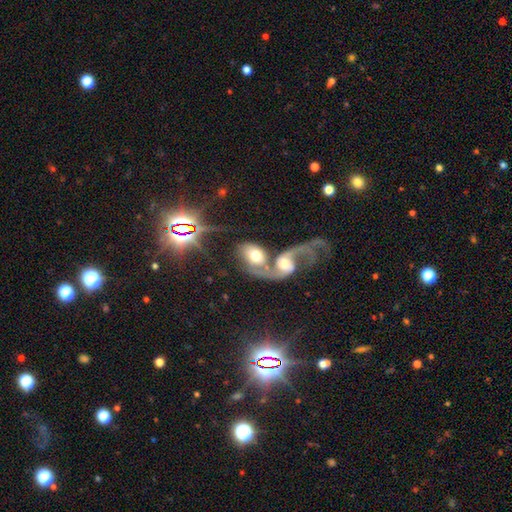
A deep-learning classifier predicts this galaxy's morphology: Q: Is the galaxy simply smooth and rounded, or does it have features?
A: featured or disk — 59%.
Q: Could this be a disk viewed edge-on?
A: no — 95%.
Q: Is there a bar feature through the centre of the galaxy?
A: no — 62%.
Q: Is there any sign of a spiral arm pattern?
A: yes — 79%.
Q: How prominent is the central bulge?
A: moderate — 54%.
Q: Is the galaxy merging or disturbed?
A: merger — 74%.